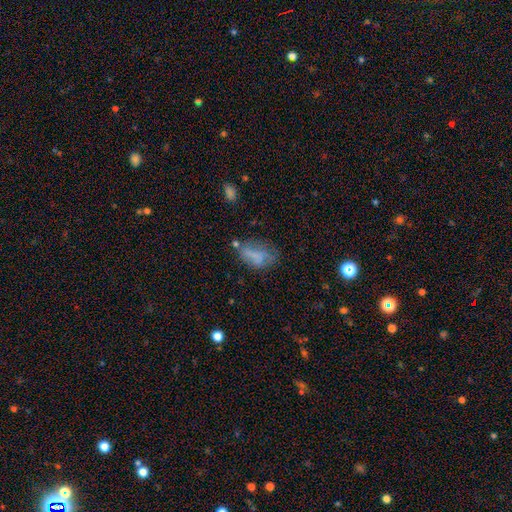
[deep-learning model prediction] smooth_or_featured: smooth (p=0.60) [alt: featured or disk p=0.27]
how_rounded: in between (p=0.84) [alt: round p=0.11]
merging: none (p=0.39) [alt: minor disturbance p=0.27]